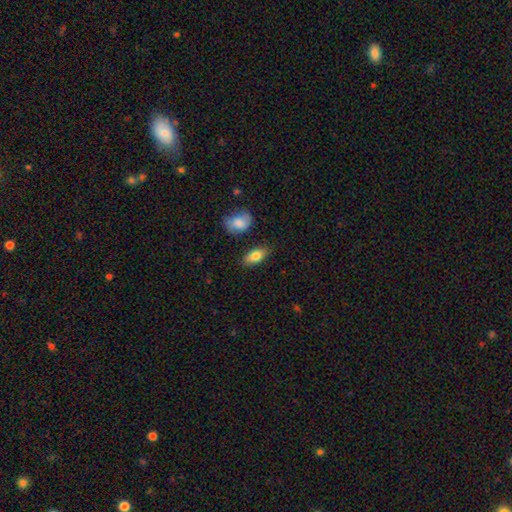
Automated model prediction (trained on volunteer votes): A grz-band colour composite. It shows a smooth galaxy with no disk features (81%) that is in between round and cigar-shaped (89%). Merging: none (82%).